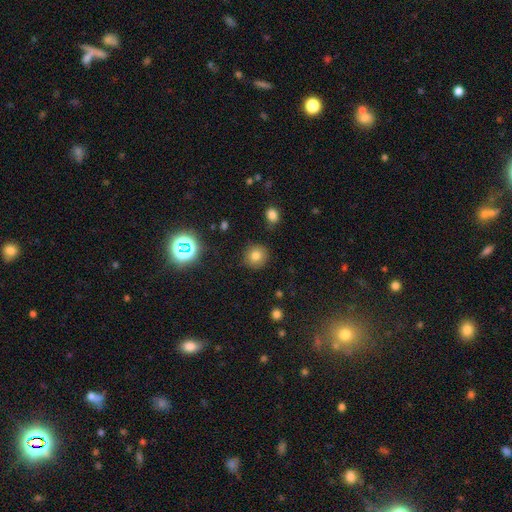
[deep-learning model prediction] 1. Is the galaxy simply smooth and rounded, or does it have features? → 75% smooth, 16% star or artifact, 9% featured or disk.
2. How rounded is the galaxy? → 91% round, 8% in between, 1% cigar-shaped.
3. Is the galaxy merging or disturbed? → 87% none, 8% minor disturbance, 3% major disturbance, 2% merger.